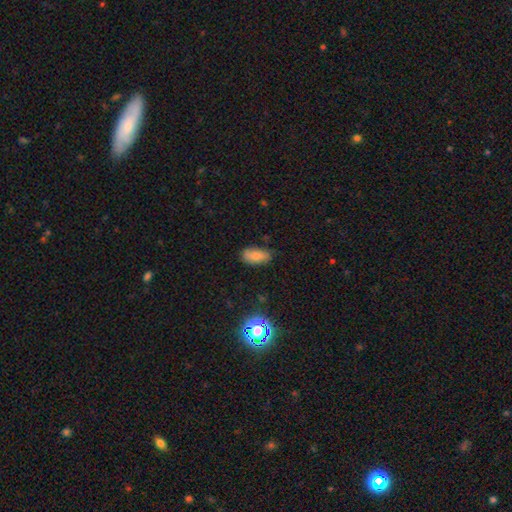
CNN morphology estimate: smooth-or-featured: smooth: 80% | star or artifact: 12% | featured or disk: 9%
  how-rounded: in between: 88% | cigar-shaped: 8% | round: 4%
  merging: none: 72% | minor disturbance: 22% | major disturbance: 4% | merger: 2%